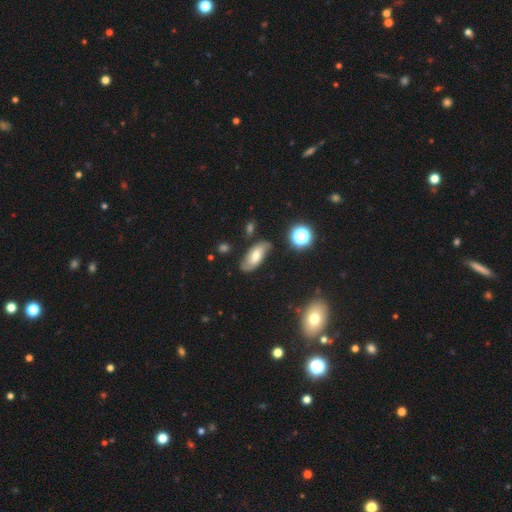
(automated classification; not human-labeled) smooth-or-featured: smooth: 49% | featured or disk: 40% | star or artifact: 10%
  merging: none: 74% | minor disturbance: 18% | major disturbance: 5% | merger: 3%